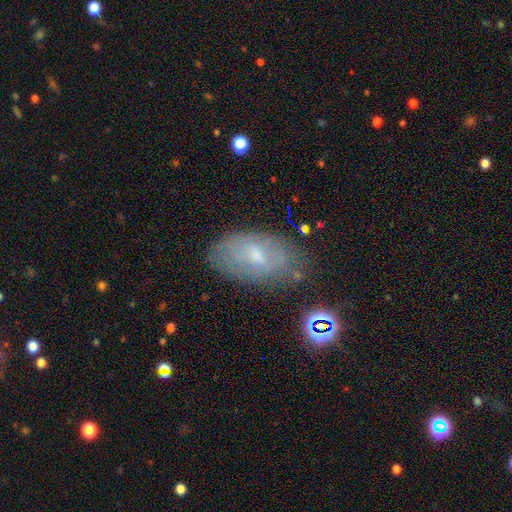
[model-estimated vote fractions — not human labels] A featured or disk galaxy (50%).

Vote fractions:
- Smooth or featured? featured or disk: 50% / smooth: 39% / star or artifact: 11%
- Merging? none: 69% / minor disturbance: 21% / major disturbance: 6% / merger: 3%